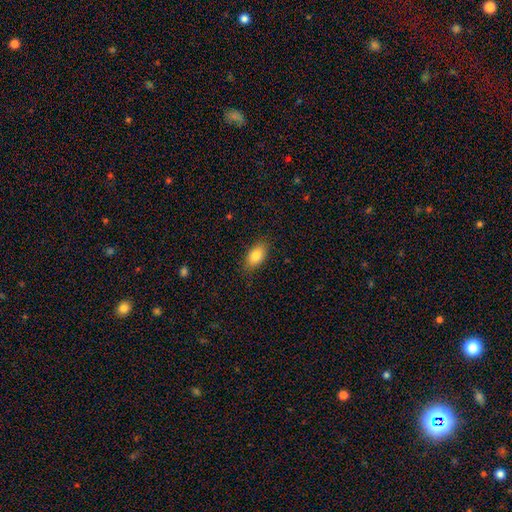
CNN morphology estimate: Q: Smooth or featured?
A: smooth (82%); runner-up: featured or disk (10%)
Q: How rounded?
A: in between (89%); runner-up: round (7%)
Q: Merging?
A: none (83%); runner-up: minor disturbance (13%)